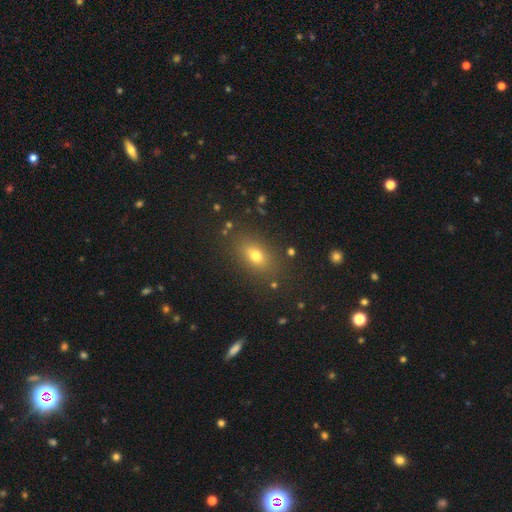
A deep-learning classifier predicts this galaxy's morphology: Smooth or featured? Predicted: smooth (p=0.71). How rounded? Predicted: in between (p=0.75). Merging? Predicted: none (p=0.83).